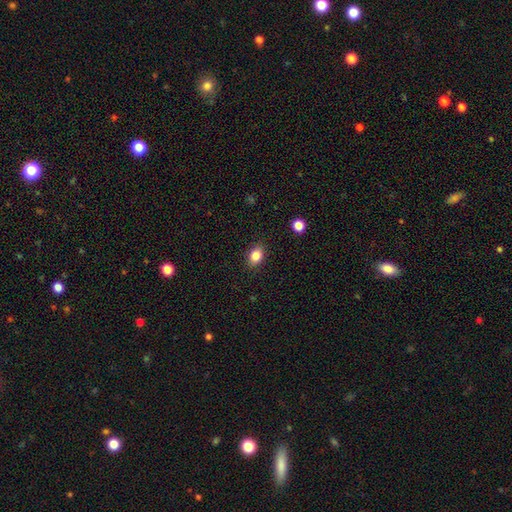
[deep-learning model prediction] Overall: smooth (84%). How rounded: in between (74%). Merging: none (88%).